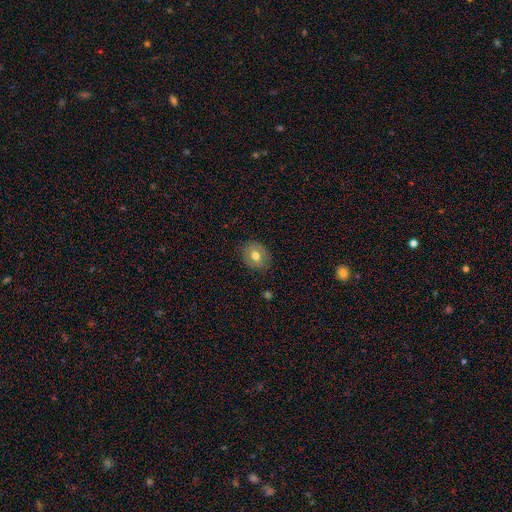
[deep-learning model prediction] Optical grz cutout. It shows a smooth galaxy with no disk features (70%) that is round (52%). Merging: none (84%).